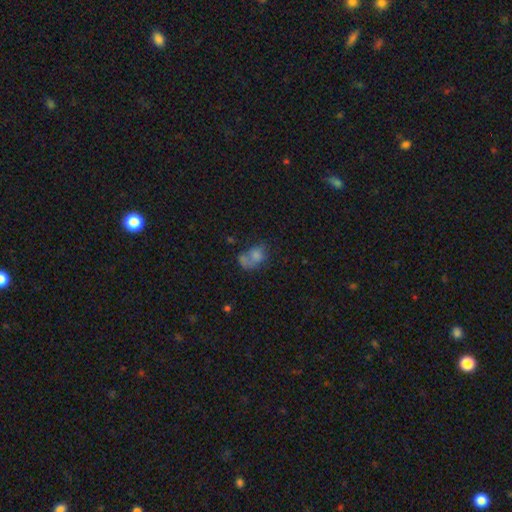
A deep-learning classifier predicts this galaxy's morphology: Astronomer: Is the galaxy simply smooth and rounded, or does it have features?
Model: smooth — 65%.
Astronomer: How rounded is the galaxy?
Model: in between — 69%.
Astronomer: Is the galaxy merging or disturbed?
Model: merger — 36% (runner-up: none, 27%).